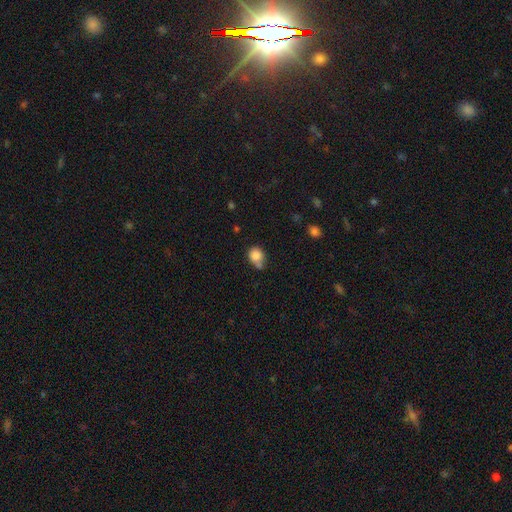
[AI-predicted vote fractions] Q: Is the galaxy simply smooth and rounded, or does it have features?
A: smooth — 84%.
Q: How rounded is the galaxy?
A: round — 74%.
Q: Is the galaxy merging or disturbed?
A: none — 53%.